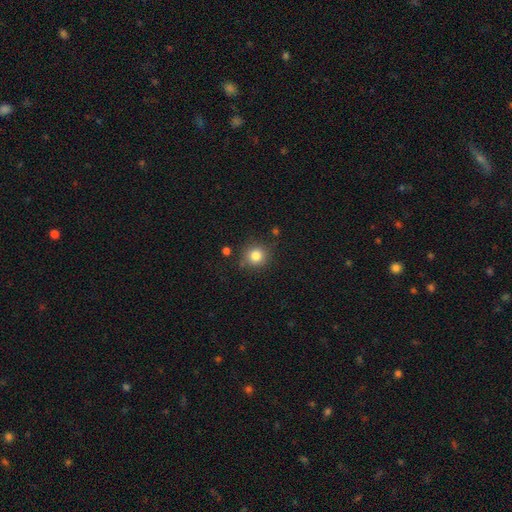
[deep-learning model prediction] Q: Smooth or featured?
A: smooth (82%); runner-up: star or artifact (11%)
Q: How rounded?
A: round (89%); runner-up: in between (10%)
Q: Merging?
A: none (83%); runner-up: minor disturbance (11%)